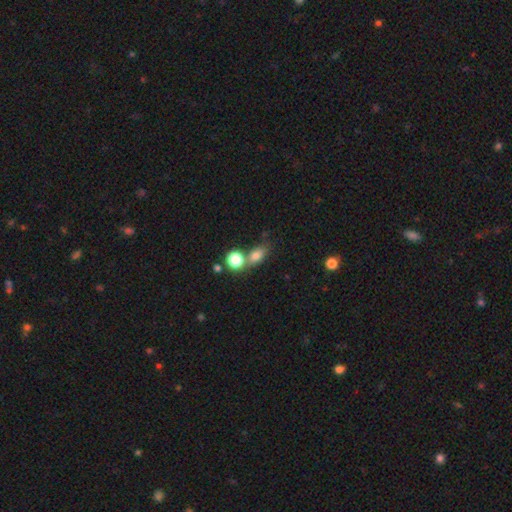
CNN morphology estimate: Smooth or featured? Predicted: smooth (p=0.77). How rounded? Predicted: in between (p=0.67). Merging? Predicted: none (p=0.52).